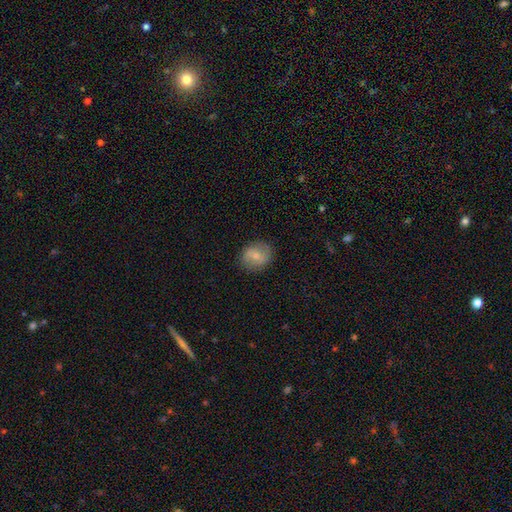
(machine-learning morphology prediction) Smooth or featured? smooth (58%)
How rounded? round (72%)
Merging? none (84%)